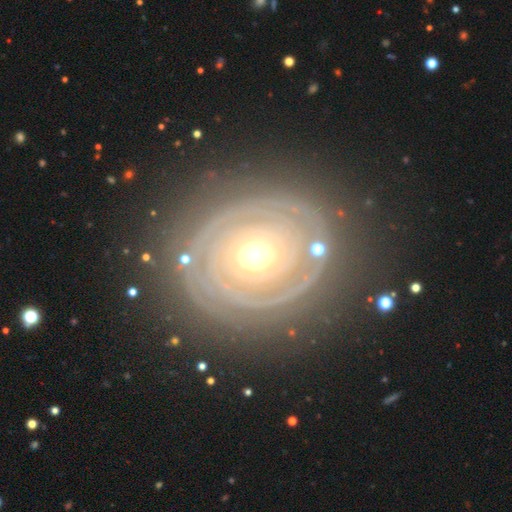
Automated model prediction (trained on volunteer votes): Smooth or featured? featured or disk (85%)
Edge-on disk? no (95%)
Bar? no (85%)
Spiral arms? yes (88%)
Spiral winding? tight (86%)
Spiral arm count? can't tell (30%)
Bulge size? moderate (64%)
Merging? none (79%)